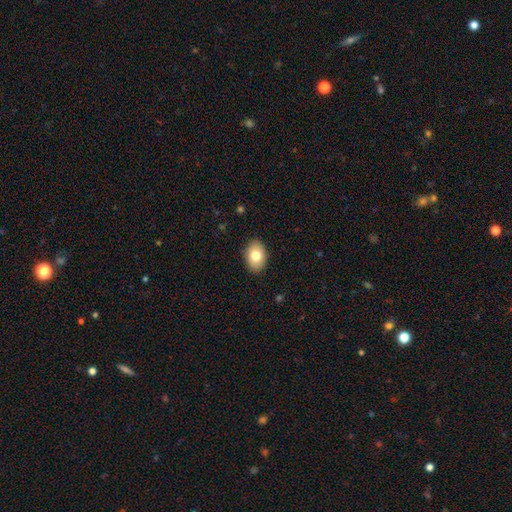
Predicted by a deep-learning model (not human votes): Smooth or featured?
  - smooth: 80% *
  - featured or disk: 13%
  - star or artifact: 7%
How rounded?
  - in between: 83% *
  - round: 16%
  - cigar-shaped: 1%
Merging?
  - none: 89% *
  - minor disturbance: 8%
  - major disturbance: 2%
  - merger: 1%